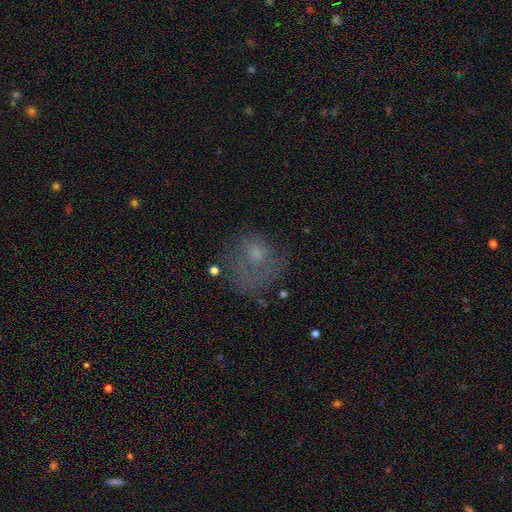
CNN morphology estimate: smooth 49%, featured or disk 35%, star or artifact 16%. Down the decision tree: merging — none (42%).